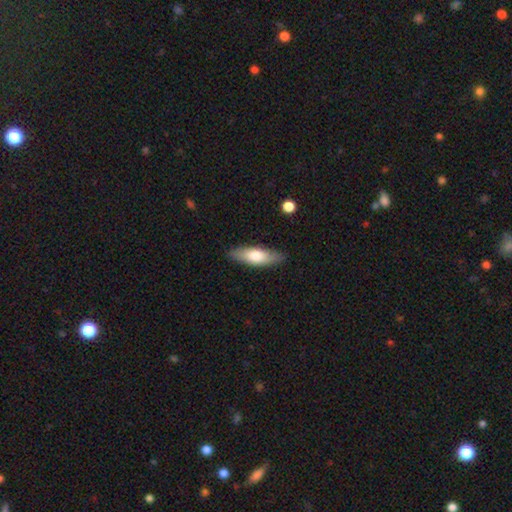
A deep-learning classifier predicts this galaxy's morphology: A smooth galaxy with no disk features (69%) that is in between round and cigar-shaped (52%).

Vote fractions:
- Smooth or featured? smooth: 69% / featured or disk: 26% / star or artifact: 5%
- How rounded? in between: 52% / cigar-shaped: 46% / round: 2%
- Merging? none: 85% / minor disturbance: 11% / major disturbance: 2% / merger: 1%